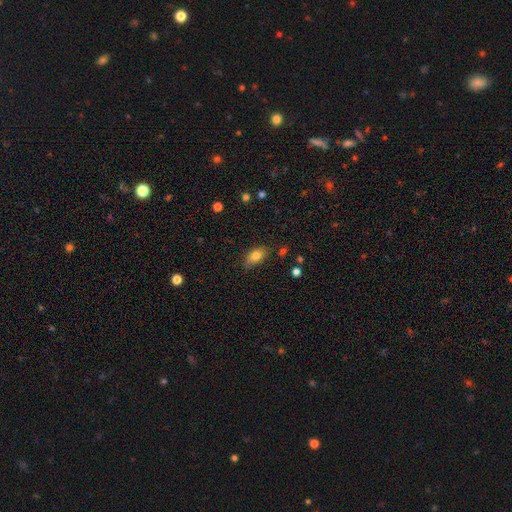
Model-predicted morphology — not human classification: Smooth or featured? smooth (79%)
How rounded? in between (87%)
Merging? none (78%)